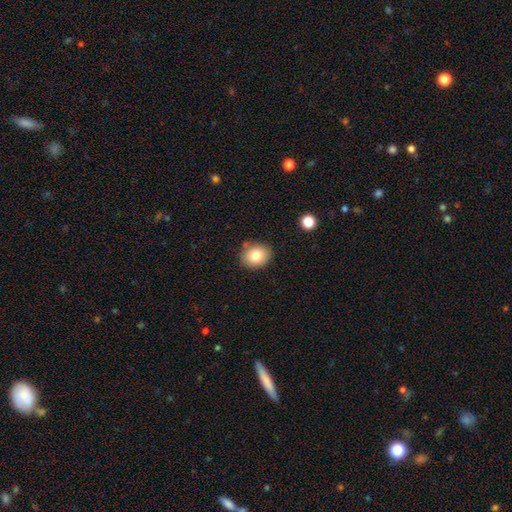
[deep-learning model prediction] Smooth or featured? smooth (80%)
How rounded? round (59%)
Merging? none (82%)